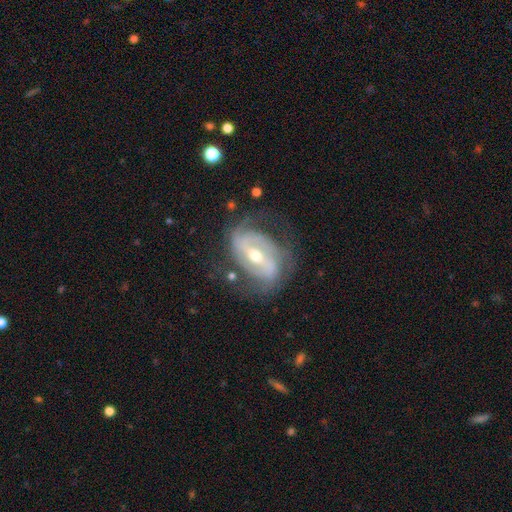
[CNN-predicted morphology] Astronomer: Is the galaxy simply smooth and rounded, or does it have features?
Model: featured or disk — 87%.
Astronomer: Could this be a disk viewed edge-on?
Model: no — 96%.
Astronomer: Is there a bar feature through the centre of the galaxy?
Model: strong — 49% (runner-up: weak, 38%).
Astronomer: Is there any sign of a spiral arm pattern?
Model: yes — 93%.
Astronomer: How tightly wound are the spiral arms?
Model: medium — 42% (runner-up: tight, 41%).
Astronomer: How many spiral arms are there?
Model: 2 — 55%.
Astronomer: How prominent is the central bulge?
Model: moderate — 62%.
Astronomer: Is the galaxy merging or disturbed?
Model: none — 61%.